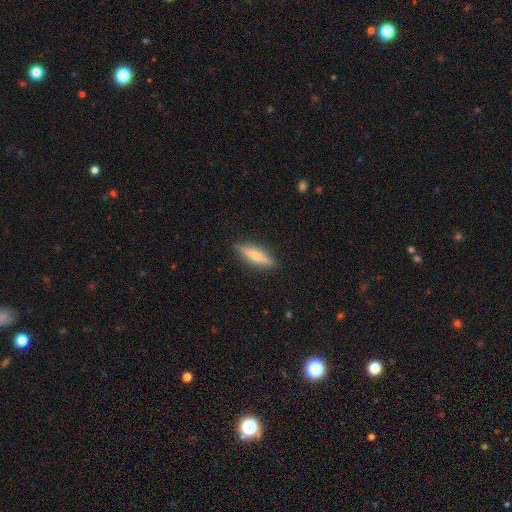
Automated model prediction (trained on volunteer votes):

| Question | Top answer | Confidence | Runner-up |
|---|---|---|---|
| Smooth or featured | smooth | 59% | featured or disk (35%) |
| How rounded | cigar-shaped | 74% | in between (24%) |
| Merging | none | 87% | minor disturbance (9%) |